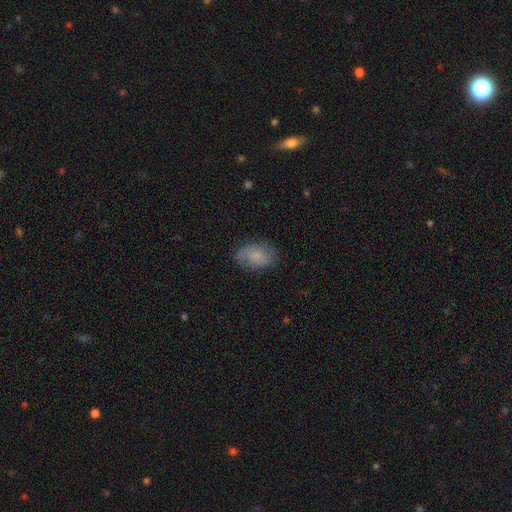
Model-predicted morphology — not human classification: A smooth galaxy with no disk features (68%) that is in between round and cigar-shaped (85%).

Vote fractions:
- Smooth or featured? smooth: 68% / featured or disk: 23% / star or artifact: 9%
- How rounded? in between: 85% / round: 14% / cigar-shaped: 2%
- Merging? none: 68% / minor disturbance: 22% / major disturbance: 8% / merger: 1%